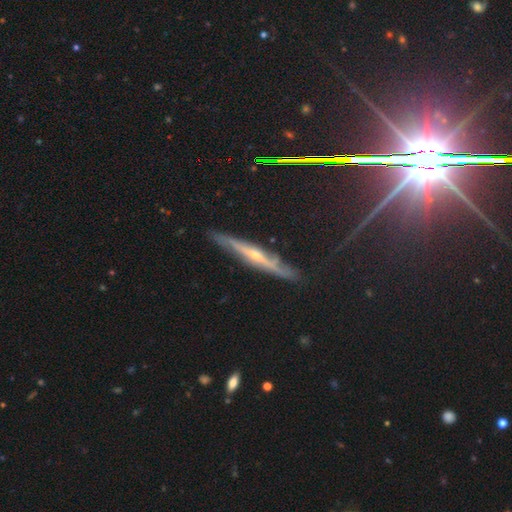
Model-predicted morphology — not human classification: This appears to be a featured or disk galaxy (72%) viewed edge-on (85%) with a rounded central bulge (65%). Merging: none (79%).